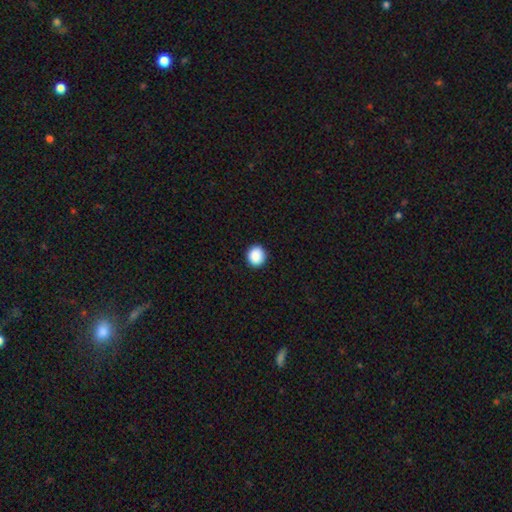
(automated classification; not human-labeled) A smooth galaxy with no disk features (90%) that is round (81%). Merging: none (91%).